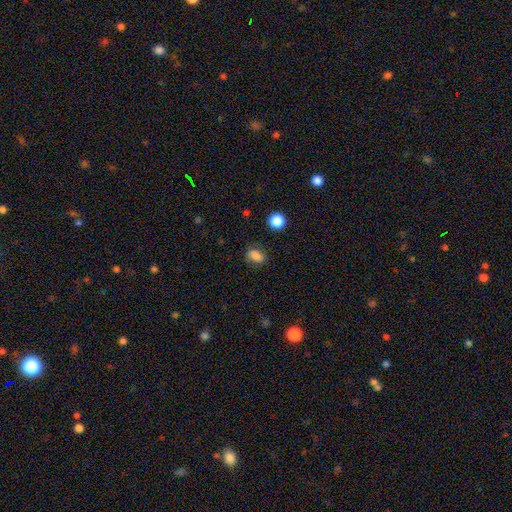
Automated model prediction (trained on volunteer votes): The model was most divided on "how rounded": in between: 76%, round: 22%, cigar-shaped: 2%. More confident: smooth or featured — smooth (84%); merging — none (80%).